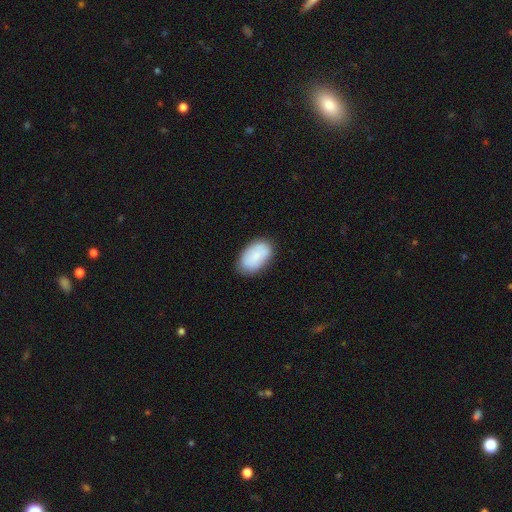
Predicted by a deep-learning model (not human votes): Q: Smooth or featured?
A: smooth (77%); runner-up: featured or disk (16%)
Q: How rounded?
A: in between (93%); runner-up: round (6%)
Q: Merging?
A: none (79%); runner-up: minor disturbance (16%)